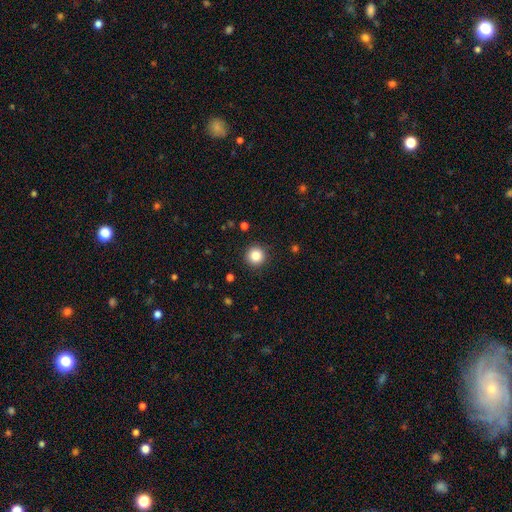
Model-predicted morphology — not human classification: A smooth galaxy with no disk features (85%) that is round (96%). Merging: none (92%).